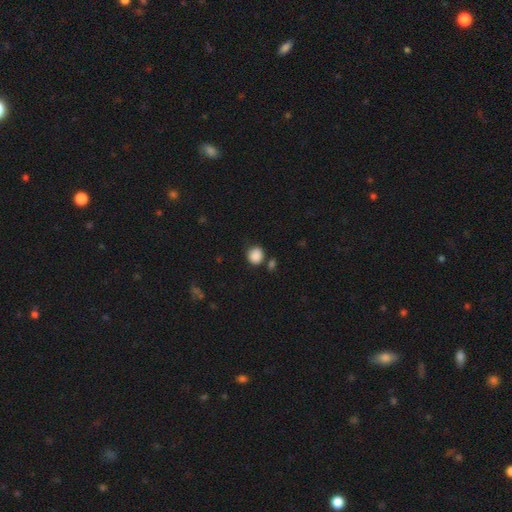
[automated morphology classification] This is clearly a smooth galaxy (88%). How rounded: clearly round (81%). Merging: likely none (76%).